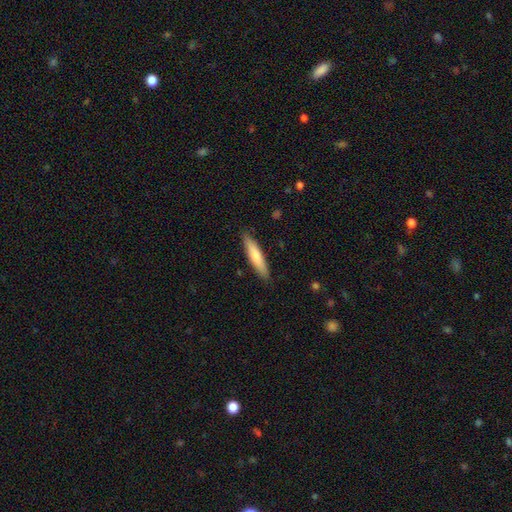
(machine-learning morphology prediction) Q: Smooth or featured?
A: smooth (71%); runner-up: featured or disk (24%)
Q: How rounded?
A: cigar-shaped (85%); runner-up: in between (13%)
Q: Merging?
A: none (89%); runner-up: minor disturbance (9%)